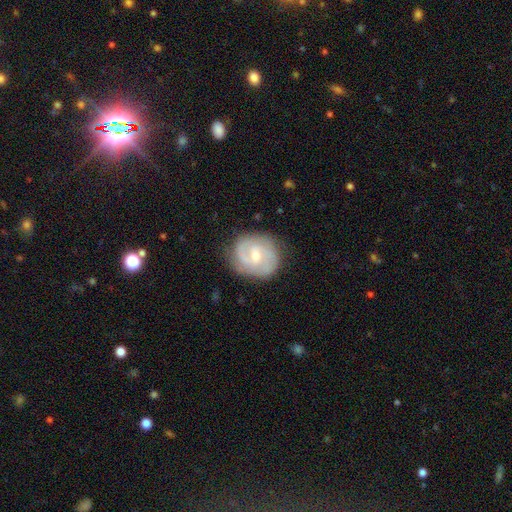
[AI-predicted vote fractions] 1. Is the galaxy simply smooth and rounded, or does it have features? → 75% featured or disk, 19% smooth, 6% star or artifact.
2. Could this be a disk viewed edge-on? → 98% no, 2% yes.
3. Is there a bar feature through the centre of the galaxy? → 49% weak, 42% no, 9% strong.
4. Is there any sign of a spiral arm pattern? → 91% yes, 9% no.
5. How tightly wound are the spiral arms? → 43% tight (tied), 43% medium (tied), 14% loose.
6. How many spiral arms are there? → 60% 2, 18% can't tell, 12% 3, 4% 1, 3% 4, 2% more than 4.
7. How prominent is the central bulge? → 53% small, 44% moderate, 1% large, 1% none, 1% dominant.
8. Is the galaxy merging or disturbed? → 77% none, 16% minor disturbance, 5% major disturbance, 1% merger.